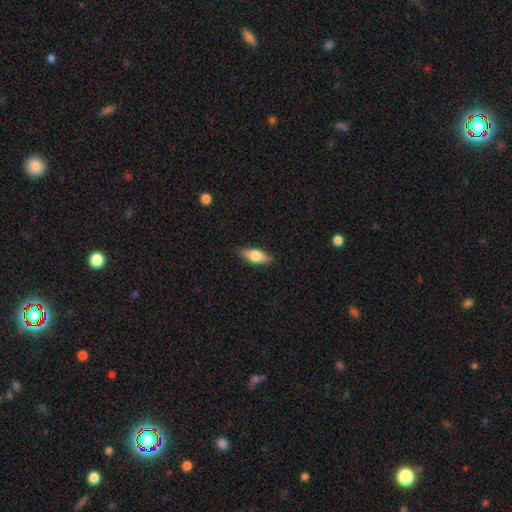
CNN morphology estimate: type=smooth (68%); roundness=in between (76%); merging=none (86%).